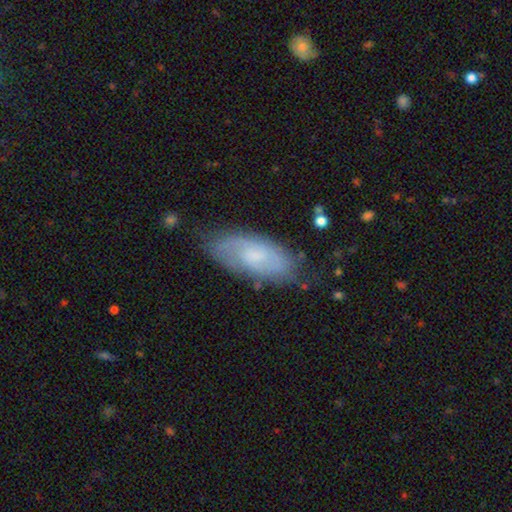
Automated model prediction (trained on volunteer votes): smooth-or-featured: featured or disk: 48% | smooth: 45% | star or artifact: 7%
  merging: none: 70% | minor disturbance: 22% | major disturbance: 6% | merger: 2%